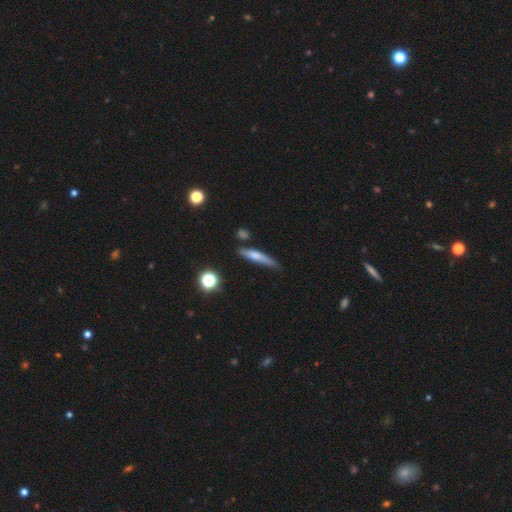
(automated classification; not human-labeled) Overall: smooth (55%; featured or disk 37%). How rounded: cigar-shaped (85%). Merging: none (66%).